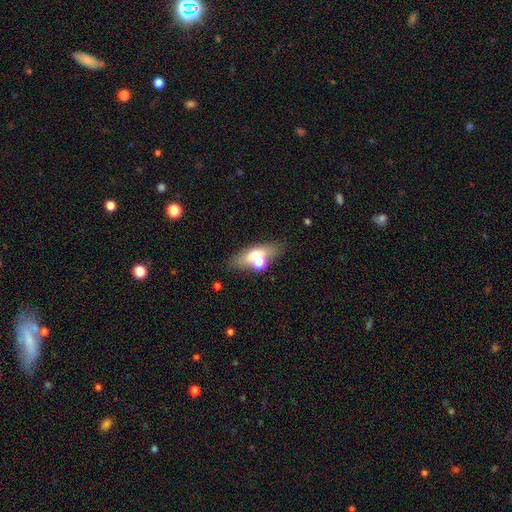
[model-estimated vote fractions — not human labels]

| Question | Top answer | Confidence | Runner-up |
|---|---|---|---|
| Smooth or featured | smooth | 53% | featured or disk (37%) |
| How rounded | in between | 63% | cigar-shaped (25%) |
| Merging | none | 58% | merger (26%) |